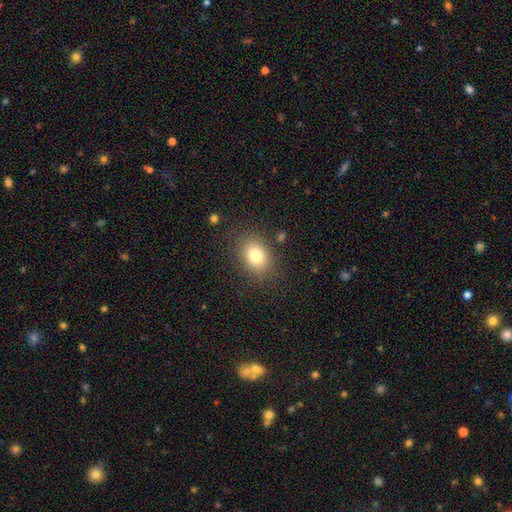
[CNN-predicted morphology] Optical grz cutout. It shows a smooth galaxy with no disk features (79%) that is in between round and cigar-shaped (68%). Merging: none (83%).